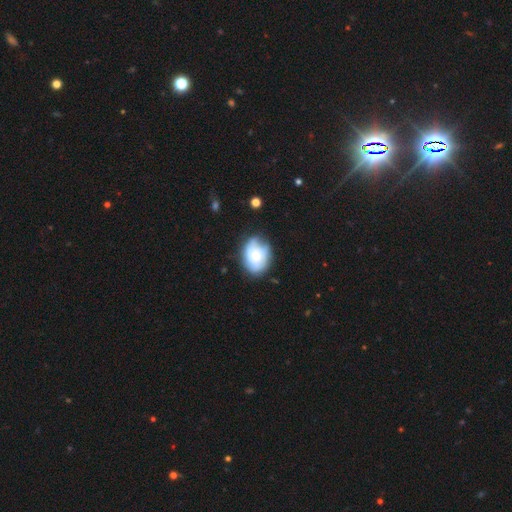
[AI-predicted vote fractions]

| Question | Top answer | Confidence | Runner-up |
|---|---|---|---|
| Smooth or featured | smooth | 56% | featured or disk (37%) |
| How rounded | in between | 64% | round (35%) |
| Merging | none | 56% | minor disturbance (31%) |